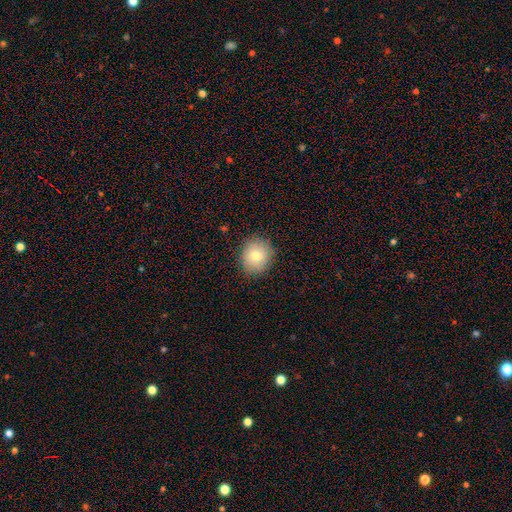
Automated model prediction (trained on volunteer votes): Morphology: type=smooth (77%); roundness=round (79%); merging=none (87%).